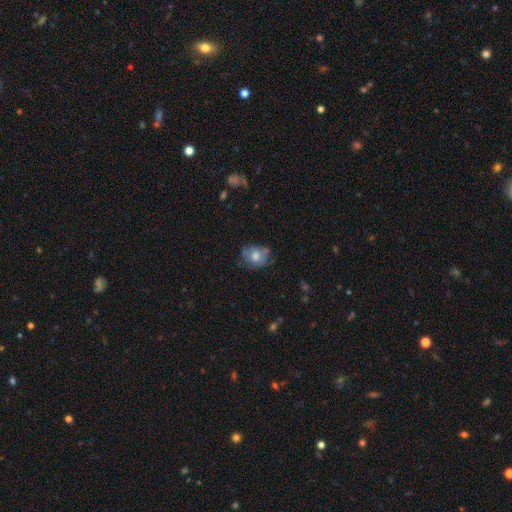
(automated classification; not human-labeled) The model was most divided on "how rounded": round: 51%, in between: 48%, cigar-shaped: 1%. More confident: smooth or featured — smooth (59%); merging — none (58%).